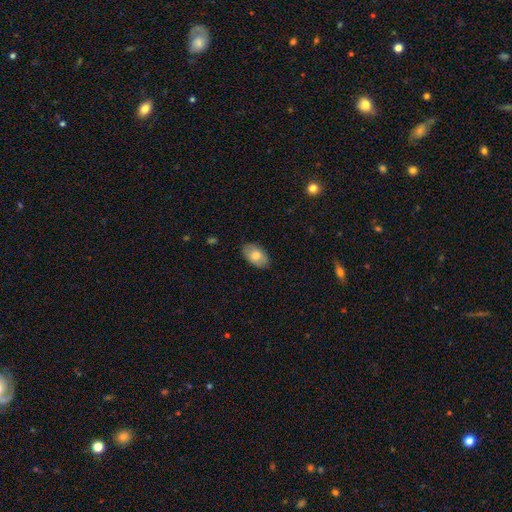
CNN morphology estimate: The model was most divided on "smooth or featured": smooth: 76%, featured or disk: 18%, star or artifact: 6%. More confident: how rounded — in between (93%); merging — none (86%).